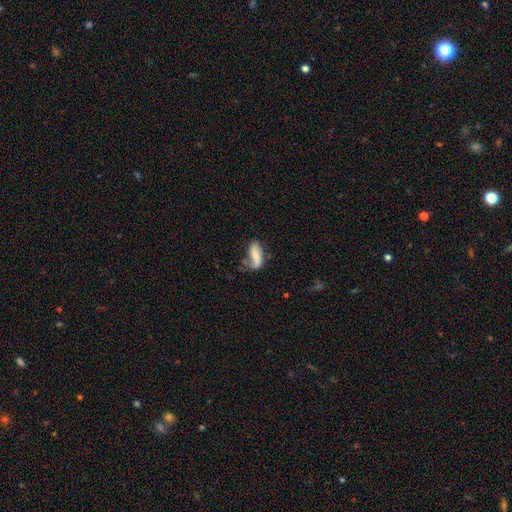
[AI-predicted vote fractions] This is possibly a smooth galaxy (51%). How rounded: clearly in between (83%). Merging: marginally none (39%).